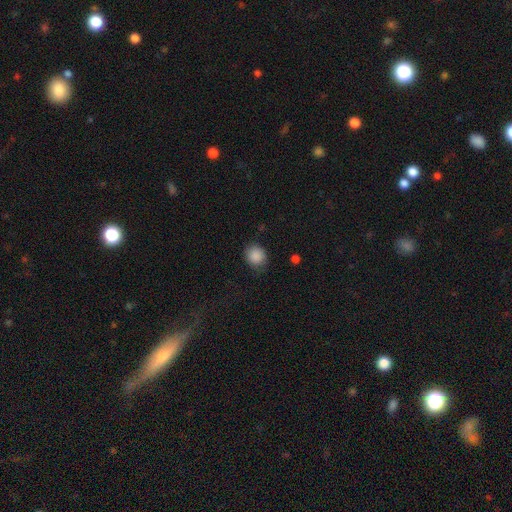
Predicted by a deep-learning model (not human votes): The model was most divided on "how rounded": round: 76%, in between: 23%, cigar-shaped: 1%. More confident: smooth or featured — smooth (88%); merging — none (75%).